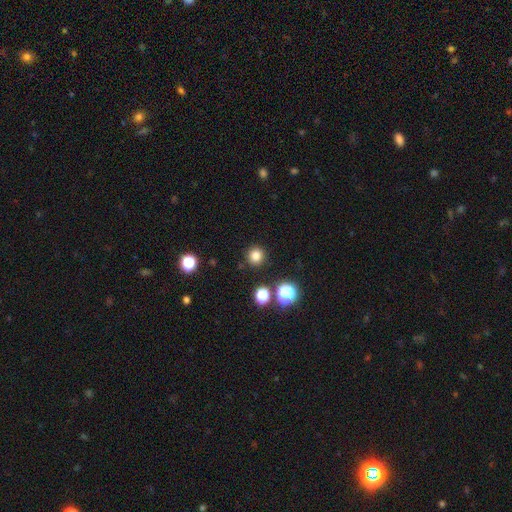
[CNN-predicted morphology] This is likely a smooth galaxy (80%). How rounded: clearly round (94%). Merging: clearly none (89%).